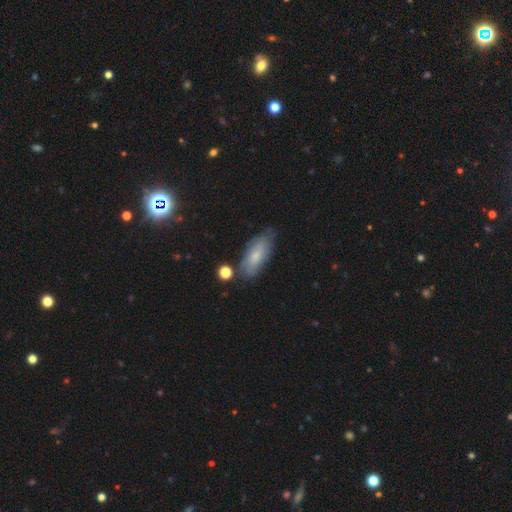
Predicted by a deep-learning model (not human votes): The model was most divided on "smooth or featured": smooth: 68%, featured or disk: 25%, star or artifact: 8%. More confident: how rounded — in between (78%); merging — none (70%).